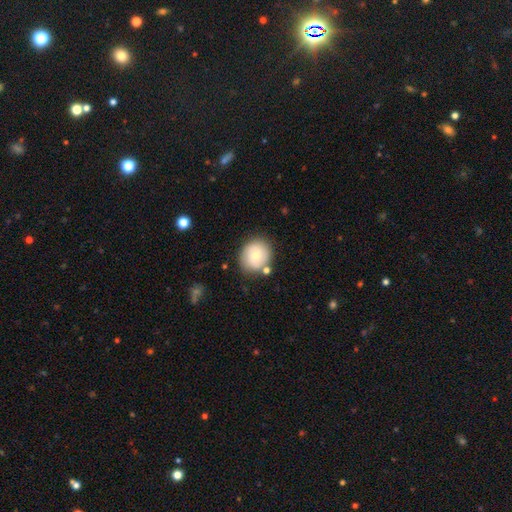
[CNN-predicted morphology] Smooth or featured? smooth (64%)
How rounded? round (80%)
Merging? none (76%)